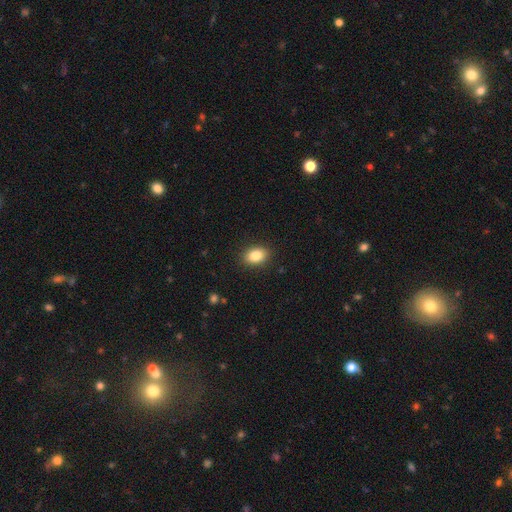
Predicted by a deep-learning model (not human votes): Smooth or featured? Predicted: smooth (p=0.85). How rounded? Predicted: in between (p=0.80). Merging? Predicted: none (p=0.89).